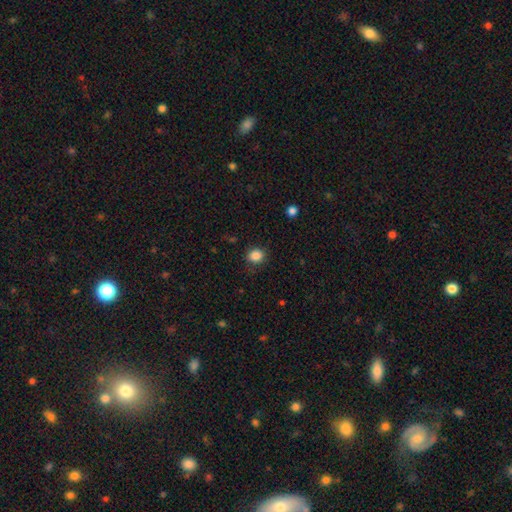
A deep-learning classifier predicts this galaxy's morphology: A smooth galaxy with no disk features (85%) that is round (68%). Merging: none (85%).